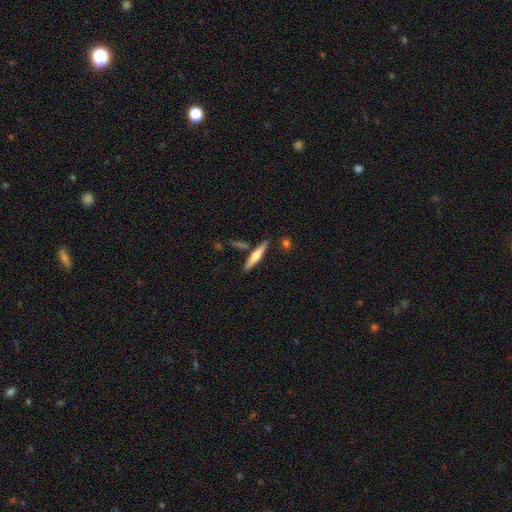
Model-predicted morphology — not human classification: Smooth or featured: featured or disk — 47% (tied with smooth — 47%)
Merging: none — 82% (minor disturbance — 9%)